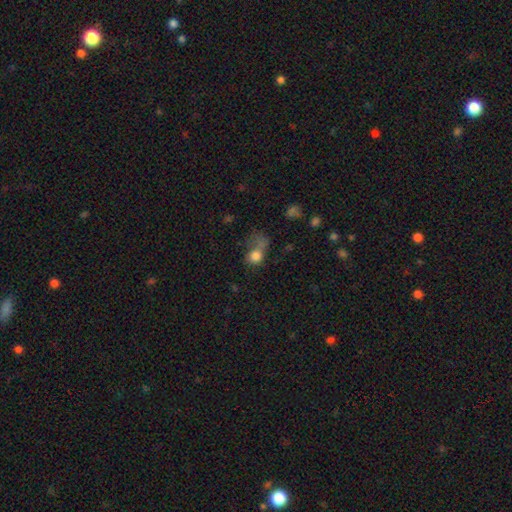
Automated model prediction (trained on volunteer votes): Smooth or featured? smooth (77%)
How rounded? round (61%)
Merging? major disturbance (32%)